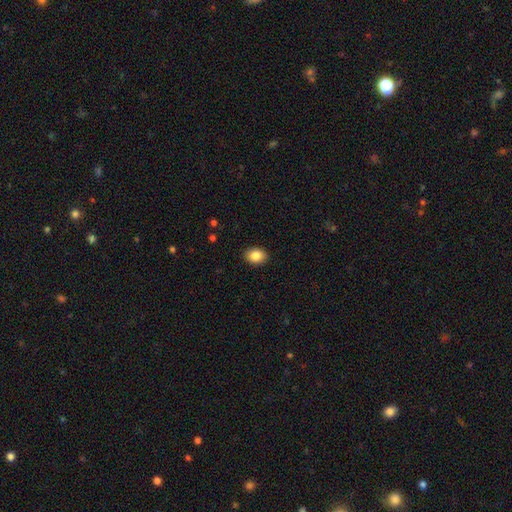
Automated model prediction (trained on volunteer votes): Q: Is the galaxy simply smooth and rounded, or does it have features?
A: smooth — 87%.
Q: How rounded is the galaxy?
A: in between — 66%.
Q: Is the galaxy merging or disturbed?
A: none — 90%.